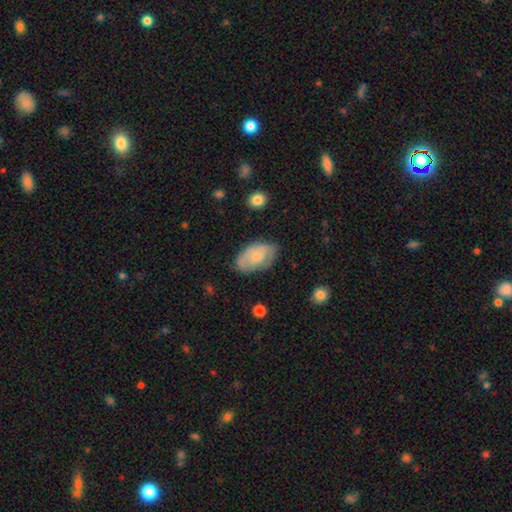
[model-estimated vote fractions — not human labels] smooth-or-featured: smooth: 59% | featured or disk: 35% | star or artifact: 7%
  how-rounded: in between: 92% | round: 6% | cigar-shaped: 2%
  merging: none: 67% | minor disturbance: 25% | major disturbance: 7% | merger: 2%